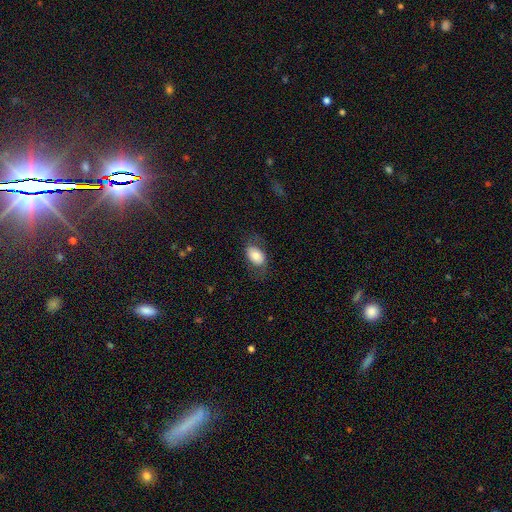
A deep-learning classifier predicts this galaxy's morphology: This is likely a smooth galaxy (73%). How rounded: clearly in between (87%). Merging: likely none (68%).